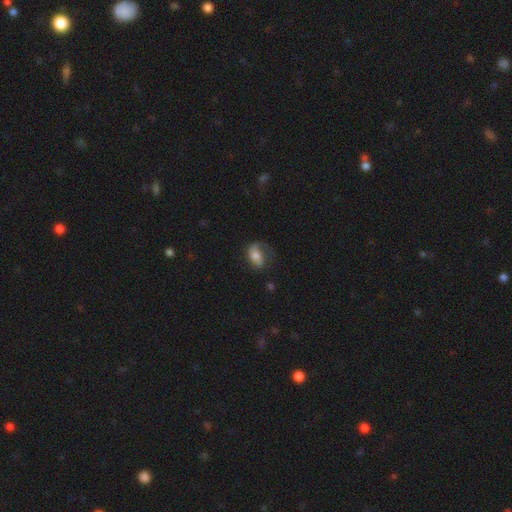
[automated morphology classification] smooth 50%, featured or disk 41%, star or artifact 9%. Down the decision tree: how rounded — in between (78%); merging — none (45%).